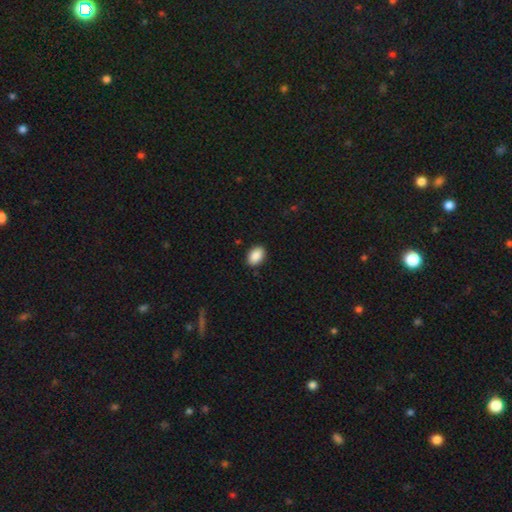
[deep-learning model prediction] Smooth or featured: smooth — 90% (star or artifact — 7%)
How rounded: in between — 87% (round — 11%)
Merging: none — 89% (minor disturbance — 8%)